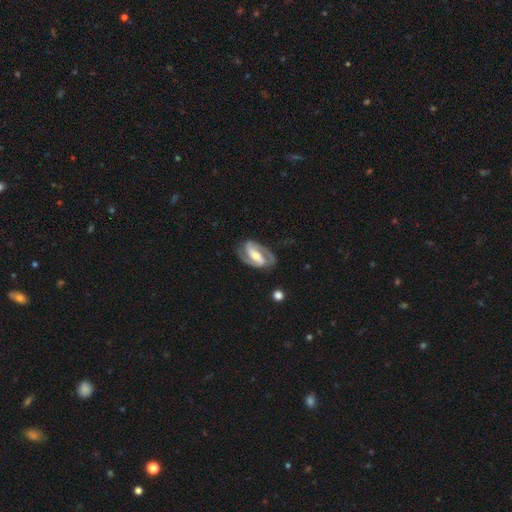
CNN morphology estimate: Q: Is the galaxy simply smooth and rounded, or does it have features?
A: featured or disk — 88%.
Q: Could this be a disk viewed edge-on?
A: no — 96%.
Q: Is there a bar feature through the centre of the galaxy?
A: strong — 62%.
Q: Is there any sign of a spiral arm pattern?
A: yes — 95%.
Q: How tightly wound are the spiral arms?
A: medium — 49%.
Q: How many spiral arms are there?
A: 2 — 92%.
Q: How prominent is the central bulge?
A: moderate — 59%.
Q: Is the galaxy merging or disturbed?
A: none — 80%.